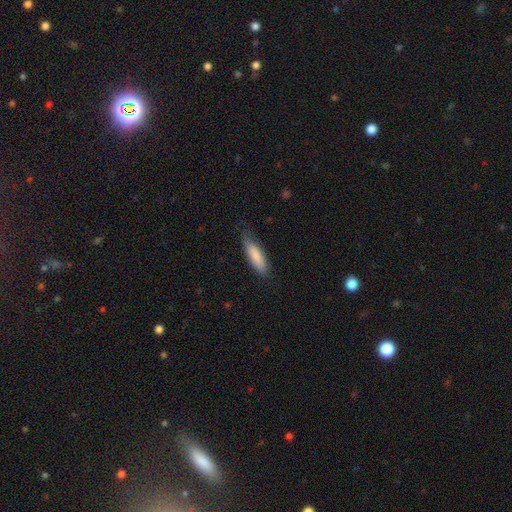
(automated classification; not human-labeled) smooth 84%, featured or disk 11%, star or artifact 5%. Down the decision tree: how rounded — cigar-shaped (56%); merging — none (72%).